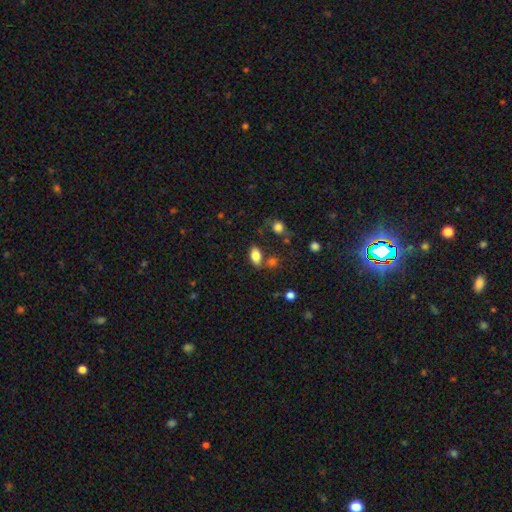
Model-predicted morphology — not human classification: The model was most divided on "merging": none: 72%, minor disturbance: 14%, merger: 10%, major disturbance: 4%. More confident: how rounded — in between (89%); smooth or featured — smooth (83%).